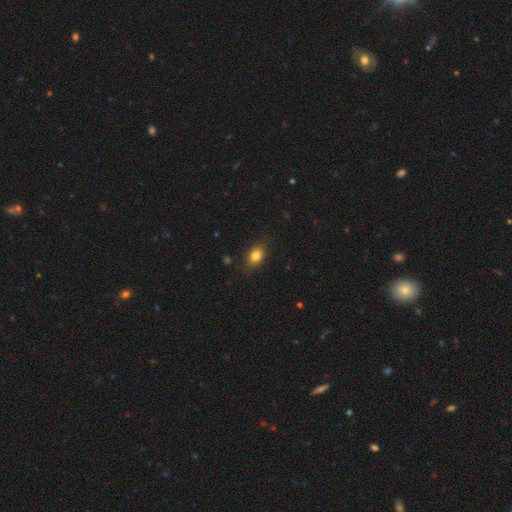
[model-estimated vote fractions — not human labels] Smooth or featured: smooth — 82% (star or artifact — 10%)
How rounded: in between — 72% (round — 27%)
Merging: none — 85% (minor disturbance — 11%)